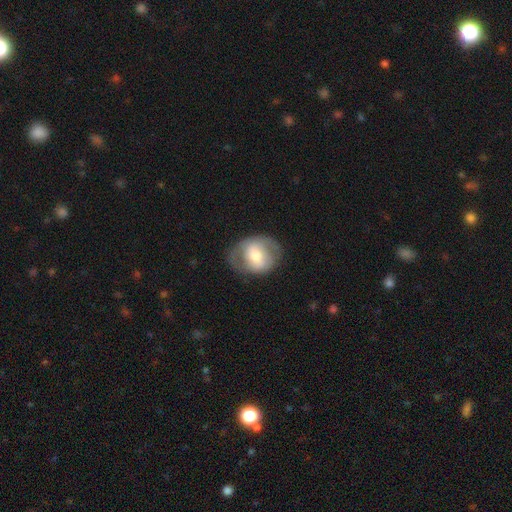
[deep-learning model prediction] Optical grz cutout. It shows a featured or disk galaxy (48%). Merging: none (67%).